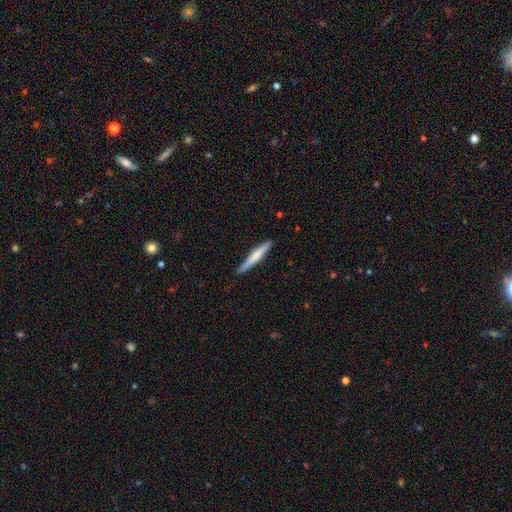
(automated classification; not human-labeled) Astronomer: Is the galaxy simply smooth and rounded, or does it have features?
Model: smooth — 54% (runner-up: featured or disk, 40%).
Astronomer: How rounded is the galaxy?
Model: cigar-shaped — 95%.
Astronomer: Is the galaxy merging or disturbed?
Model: none — 89%.